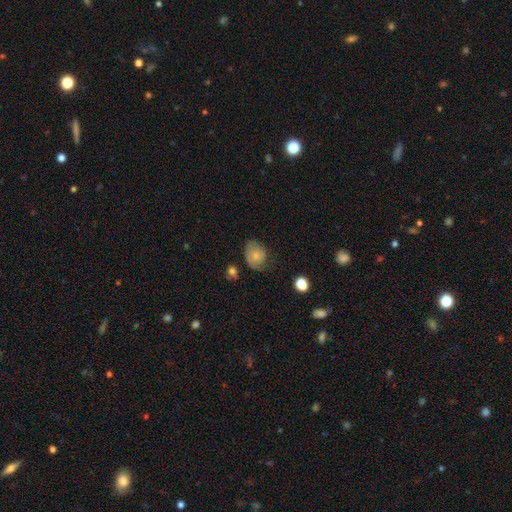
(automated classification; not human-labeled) A smooth galaxy with no disk features (66%) that is round (55%).

Vote fractions:
- Smooth or featured? smooth: 66% / featured or disk: 26% / star or artifact: 8%
- How rounded? round: 55% / in between: 44% / cigar-shaped: 1%
- Merging? none: 48% / minor disturbance: 34% / major disturbance: 16% / merger: 2%